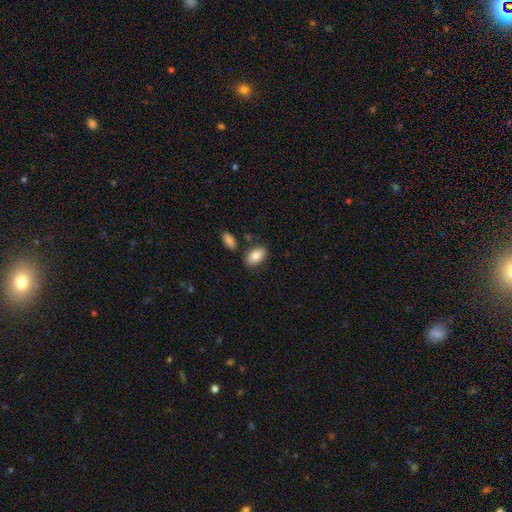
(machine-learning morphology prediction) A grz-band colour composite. It shows a smooth galaxy with no disk features (84%) that is in between round and cigar-shaped (91%). Merging: none (81%).